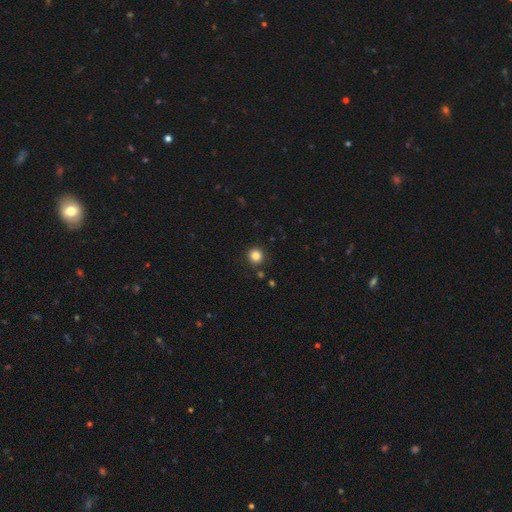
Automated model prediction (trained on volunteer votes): A smooth galaxy with no disk features (84%) that is round (94%). Merging: none (89%).